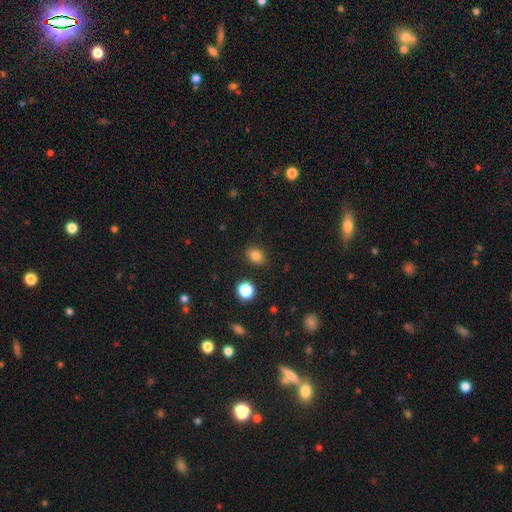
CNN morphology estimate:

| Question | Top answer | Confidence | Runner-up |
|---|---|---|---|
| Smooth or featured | smooth | 82% | star or artifact (13%) |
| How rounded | in between | 54% | round (45%) |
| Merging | none | 85% | minor disturbance (11%) |